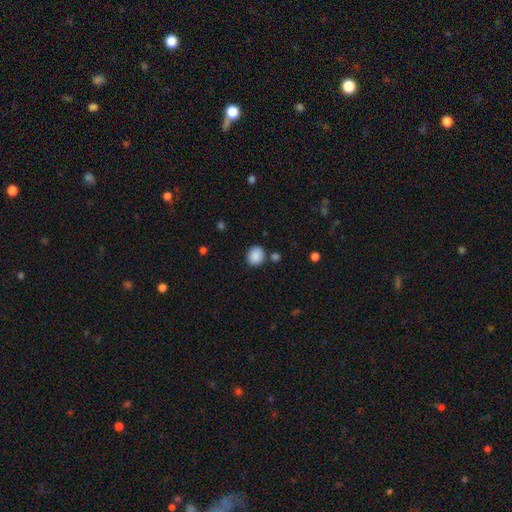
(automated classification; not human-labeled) The model was most divided on "how rounded": round: 75%, in between: 24%, cigar-shaped: 1%. More confident: smooth or featured — smooth (88%); merging — none (81%).